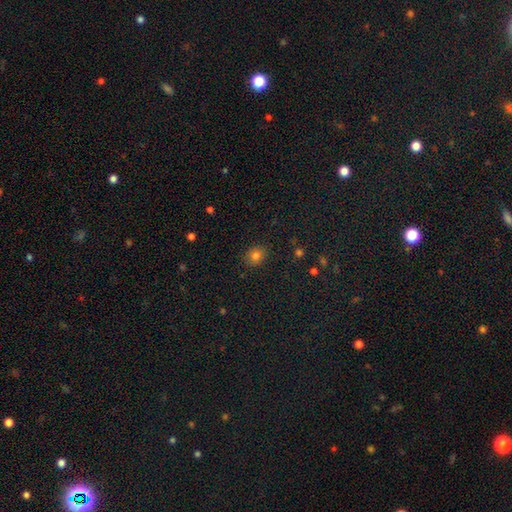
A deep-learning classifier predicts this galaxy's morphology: Q: Smooth or featured?
A: smooth (80%); runner-up: star or artifact (13%)
Q: How rounded?
A: round (56%); runner-up: in between (43%)
Q: Merging?
A: none (87%); runner-up: minor disturbance (9%)